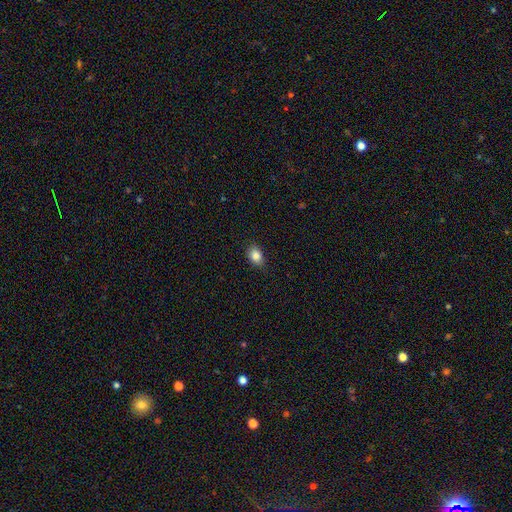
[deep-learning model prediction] smooth 86%, star or artifact 9%, featured or disk 5%. Down the decision tree: how rounded — in between (77%); merging — none (82%).